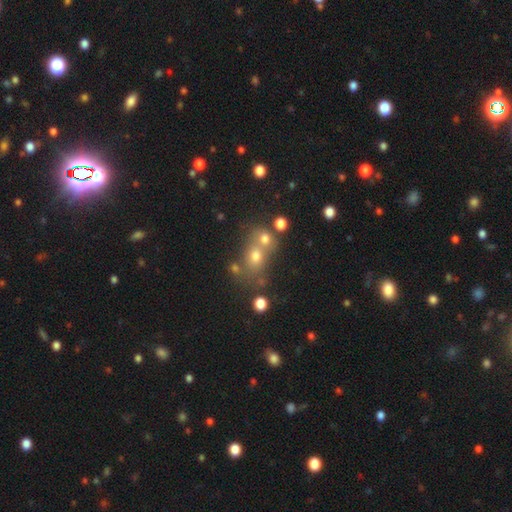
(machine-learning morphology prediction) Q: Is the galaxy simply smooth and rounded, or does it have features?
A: smooth — 51%.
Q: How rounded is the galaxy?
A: round — 73%.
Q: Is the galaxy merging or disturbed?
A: none — 47%.